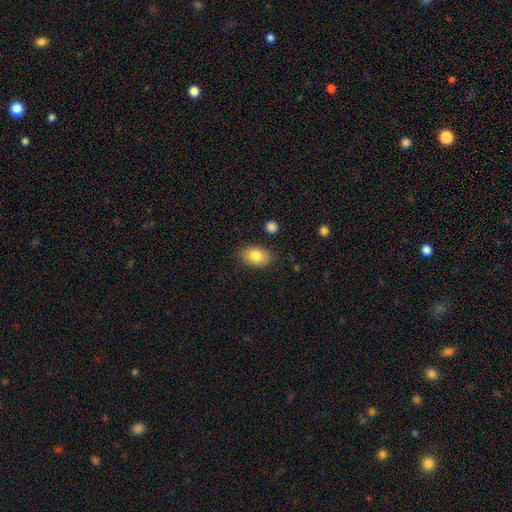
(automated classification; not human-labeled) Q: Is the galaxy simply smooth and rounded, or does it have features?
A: smooth — 82%.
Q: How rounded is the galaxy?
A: in between — 85%.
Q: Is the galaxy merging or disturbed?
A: none — 84%.